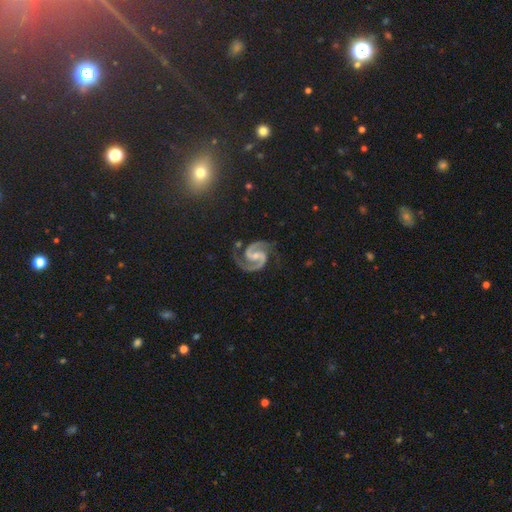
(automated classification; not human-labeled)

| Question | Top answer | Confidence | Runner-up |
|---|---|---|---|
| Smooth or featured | featured or disk | 94% | star or artifact (4%) |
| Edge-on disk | no | 99% | yes (1%) |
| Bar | weak | 48% | strong (28%) |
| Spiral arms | yes | 99% | no (1%) |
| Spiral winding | medium | 68% | tight (21%) |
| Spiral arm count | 2 | 95% | can't tell (1%) |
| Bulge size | small | 53% | moderate (33%) |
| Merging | none | 80% | minor disturbance (14%) |